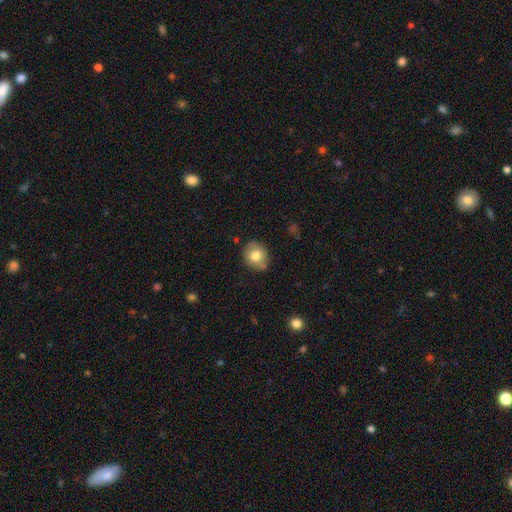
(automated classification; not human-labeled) Smooth or featured? Predicted: smooth (p=0.78). How rounded? Predicted: round (p=0.67). Merging? Predicted: none (p=0.79).